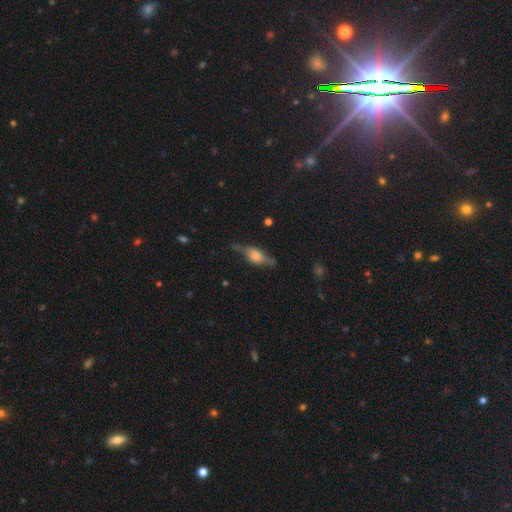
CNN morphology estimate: This is possibly a featured or disk galaxy (48%). Merging: possibly none (59%).